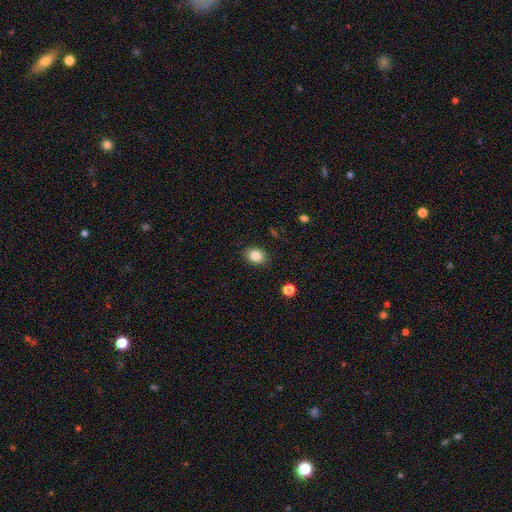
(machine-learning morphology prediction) smooth 84%, star or artifact 9%, featured or disk 7%. Down the decision tree: how rounded — in between (67%); merging — none (87%).